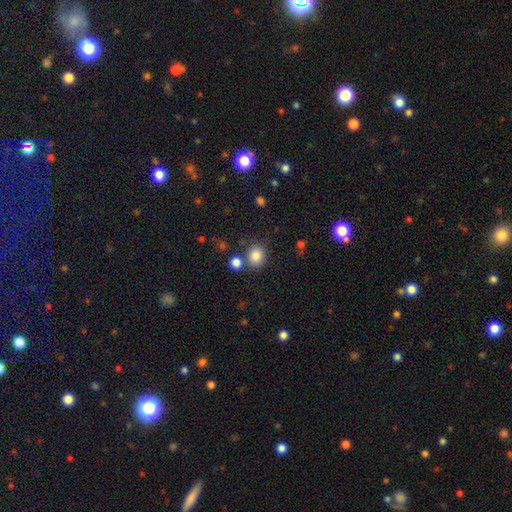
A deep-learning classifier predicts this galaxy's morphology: type=smooth (84%); roundness=round (70%); merging=none (73%).